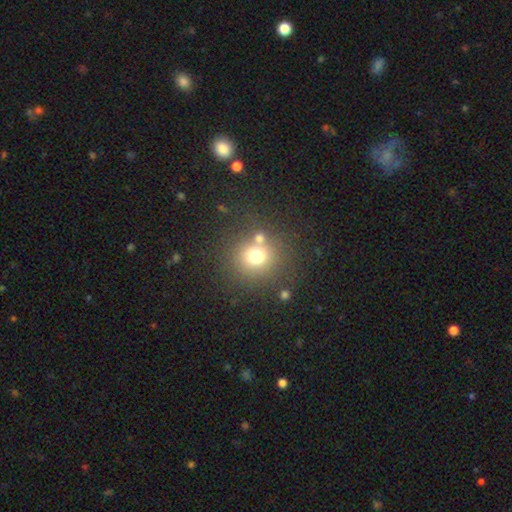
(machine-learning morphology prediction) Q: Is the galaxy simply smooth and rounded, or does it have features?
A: smooth — 70%.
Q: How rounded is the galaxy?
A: round — 89%.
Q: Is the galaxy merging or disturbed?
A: none — 68%.